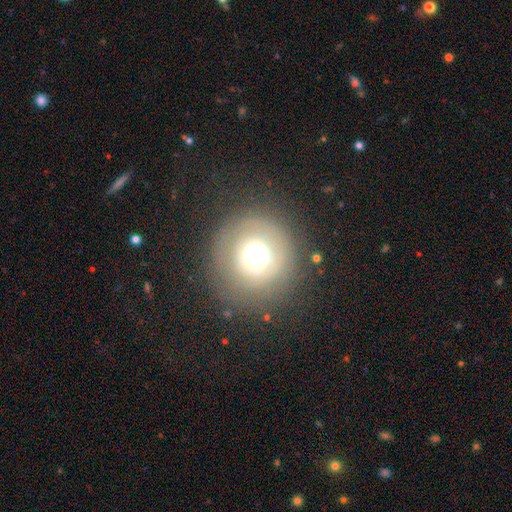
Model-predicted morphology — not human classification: smooth 57%, featured or disk 30%, star or artifact 13%. Down the decision tree: how rounded — round (95%); merging — none (76%).